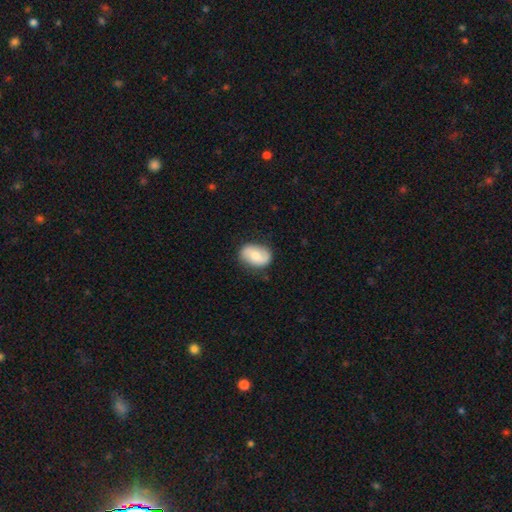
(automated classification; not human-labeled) smooth-or-featured: smooth: 54% | featured or disk: 40% | star or artifact: 6%
  how-rounded: in between: 80% | round: 18% | cigar-shaped: 1%
  merging: none: 80% | minor disturbance: 15% | major disturbance: 3% | merger: 1%